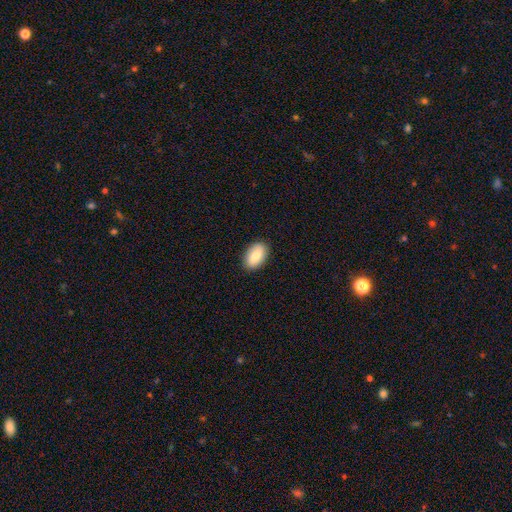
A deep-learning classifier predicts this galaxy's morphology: Smooth or featured: smooth — 76% (featured or disk — 17%)
How rounded: in between — 91% (round — 6%)
Merging: none — 88% (minor disturbance — 9%)